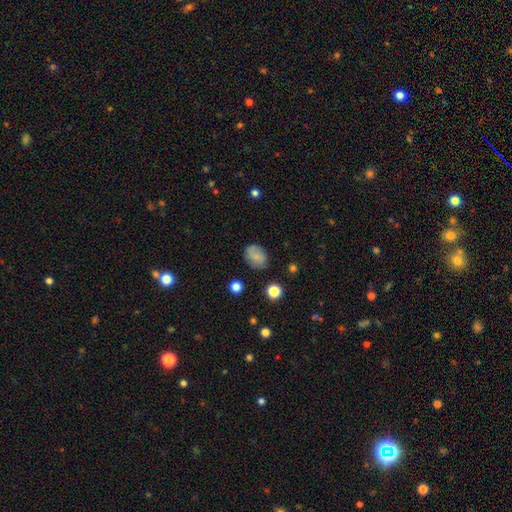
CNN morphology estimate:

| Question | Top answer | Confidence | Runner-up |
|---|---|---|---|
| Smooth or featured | smooth | 78% | featured or disk (13%) |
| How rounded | in between | 68% | round (31%) |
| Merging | none | 79% | minor disturbance (15%) |